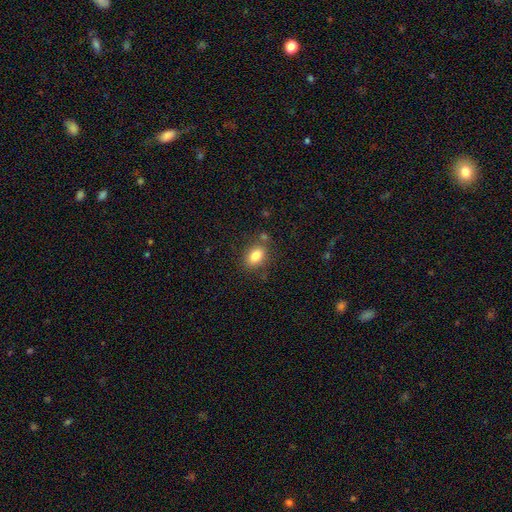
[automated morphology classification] A smooth galaxy with no disk features (82%) that is in between round and cigar-shaped (79%).

Vote fractions:
- Smooth or featured? smooth: 82% / star or artifact: 9% / featured or disk: 9%
- How rounded? in between: 79% / round: 20% / cigar-shaped: 2%
- Merging? none: 75% / minor disturbance: 13% / merger: 8% / major disturbance: 4%